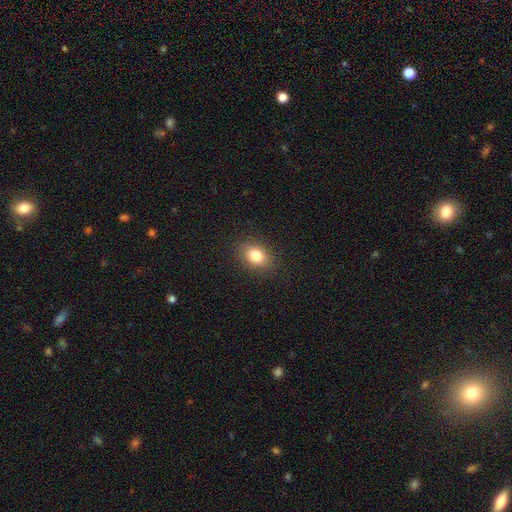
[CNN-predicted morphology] smooth 81%, star or artifact 11%, featured or disk 8%. Down the decision tree: how rounded — in between (65%); merging — none (88%).